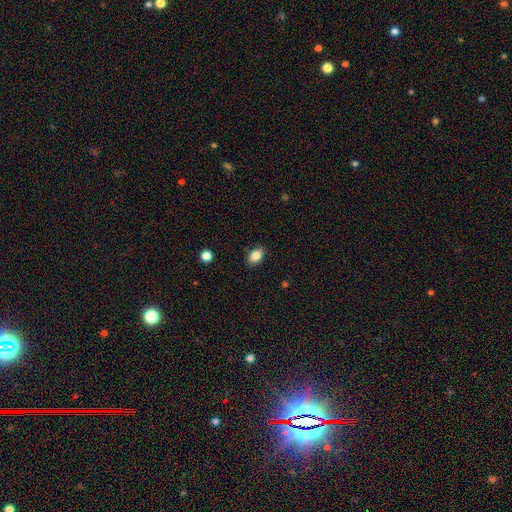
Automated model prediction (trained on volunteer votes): This appears to be a smooth galaxy with no disk features (84%) that is in between round and cigar-shaped (85%). Merging: none (88%).